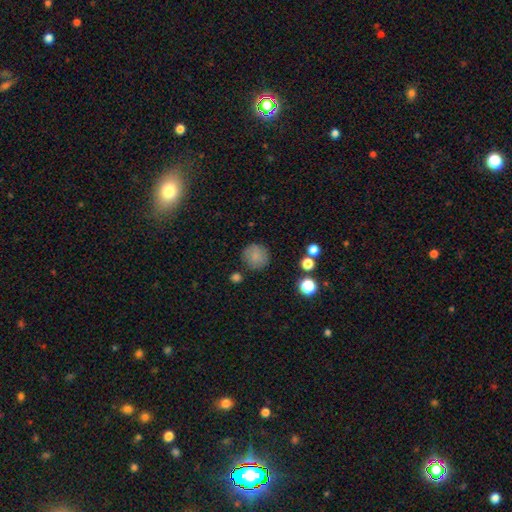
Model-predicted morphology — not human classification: The model was most divided on "merging": none: 81%, minor disturbance: 11%, major disturbance: 4%, merger: 4%. More confident: how rounded — round (92%); smooth or featured — smooth (82%).